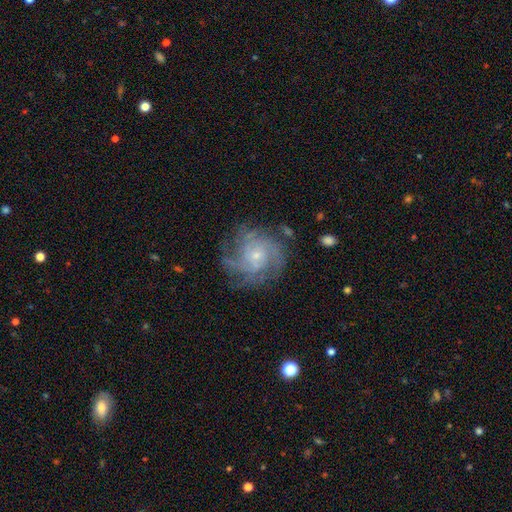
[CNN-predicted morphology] featured or disk 82%, smooth 10%, star or artifact 8%. Down the decision tree: edge-on disk — no (98%); bar — no (71%); spiral arms — yes (94%); spiral arm count — can't tell (28%); spiral winding — tight (52%); bulge size — small (73%); merging — none (71%).